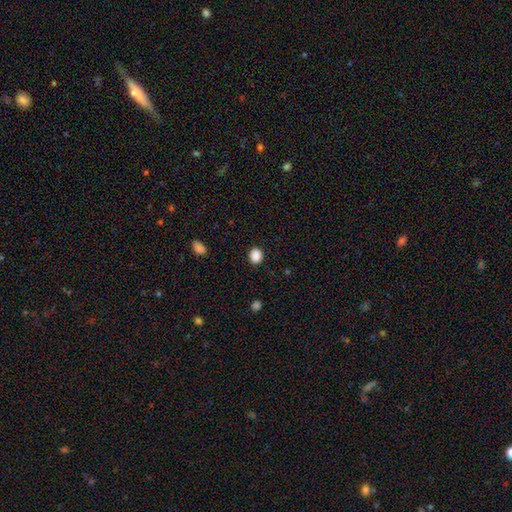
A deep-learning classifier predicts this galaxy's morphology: type=smooth (88%); roundness=round (61%); merging=none (89%).